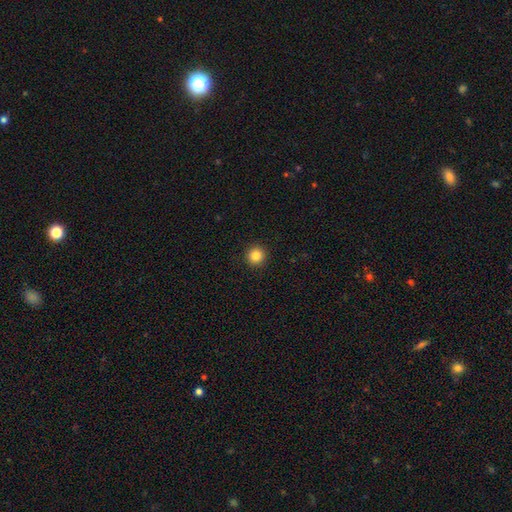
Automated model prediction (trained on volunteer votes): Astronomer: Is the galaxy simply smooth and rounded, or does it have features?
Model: smooth — 84%.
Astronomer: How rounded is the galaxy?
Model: round — 96%.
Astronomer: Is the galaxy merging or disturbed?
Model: none — 93%.